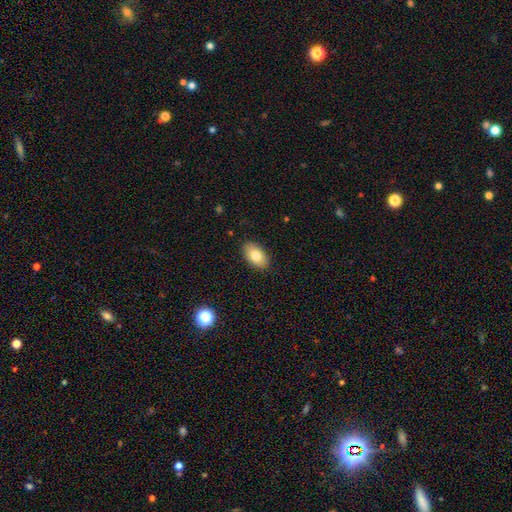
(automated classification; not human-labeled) A smooth galaxy with no disk features (79%) that is in between round and cigar-shaped (93%).

Vote fractions:
- Smooth or featured? smooth: 79% / featured or disk: 13% / star or artifact: 7%
- How rounded? in between: 93% / round: 6% / cigar-shaped: 2%
- Merging? none: 88% / minor disturbance: 9% / major disturbance: 2% / merger: 1%